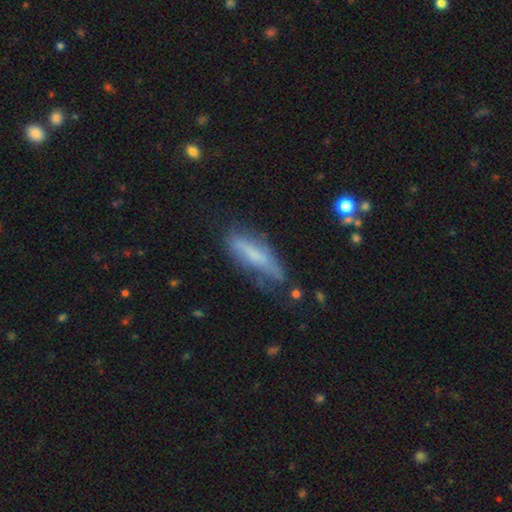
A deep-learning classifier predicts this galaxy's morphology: Q: Smooth or featured?
A: smooth (55%); runner-up: featured or disk (37%)
Q: How rounded?
A: cigar-shaped (65%); runner-up: in between (33%)
Q: Merging?
A: none (52%); runner-up: minor disturbance (30%)